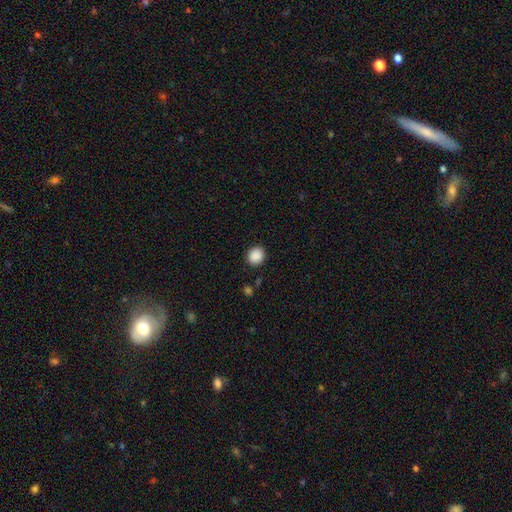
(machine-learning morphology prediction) A smooth galaxy with no disk features (89%) that is round (75%). Merging: none (88%).